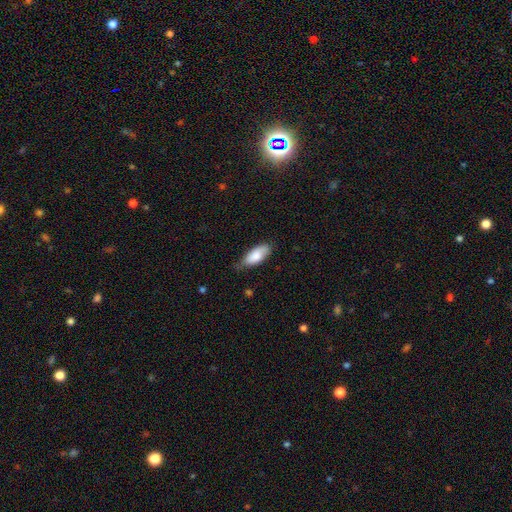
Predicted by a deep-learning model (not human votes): Smooth or featured?
  - smooth: 82% *
  - featured or disk: 12%
  - star or artifact: 6%
How rounded?
  - in between: 83% *
  - cigar-shaped: 15%
  - round: 2%
Merging?
  - none: 59% *
  - minor disturbance: 34%
  - major disturbance: 6%
  - merger: 2%